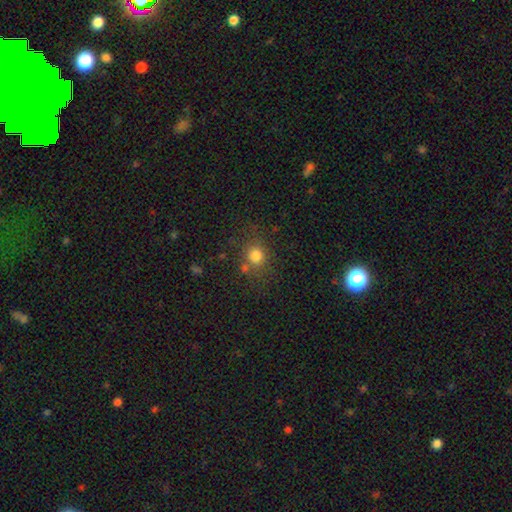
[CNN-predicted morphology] Overall: smooth (78%). How rounded: round (78%). Merging: none (73%).